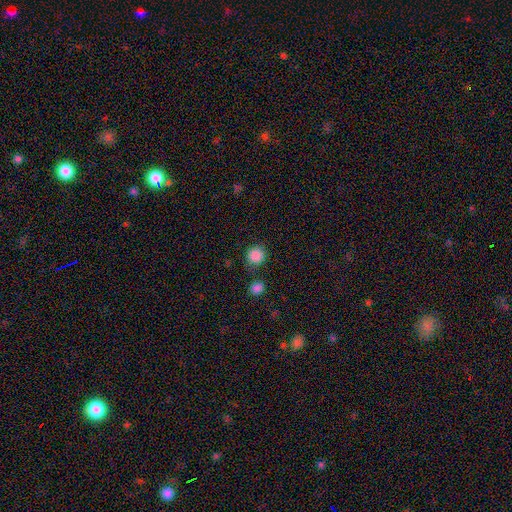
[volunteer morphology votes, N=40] Volunteers were most divided on "smooth or featured": smooth: 85%, star or artifact: 12%, featured or disk: 2%. More confident: how rounded — round (97%); merging — none (89%).